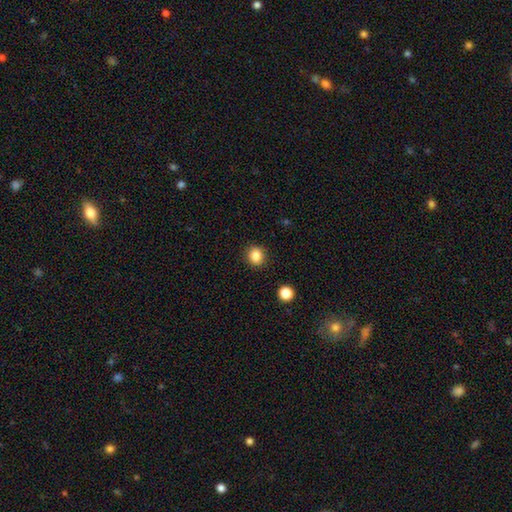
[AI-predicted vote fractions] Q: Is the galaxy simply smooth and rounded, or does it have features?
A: smooth — 85%.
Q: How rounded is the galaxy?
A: round — 82%.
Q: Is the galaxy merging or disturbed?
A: none — 90%.